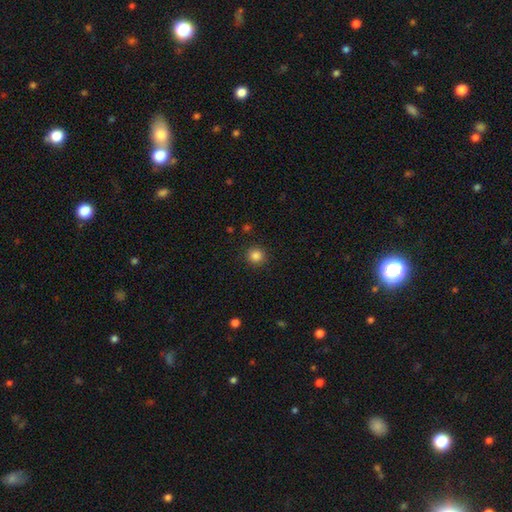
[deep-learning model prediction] Smooth or featured: smooth — 85% (star or artifact — 11%)
How rounded: round — 93% (in between — 6%)
Merging: none — 92% (minor disturbance — 5%)